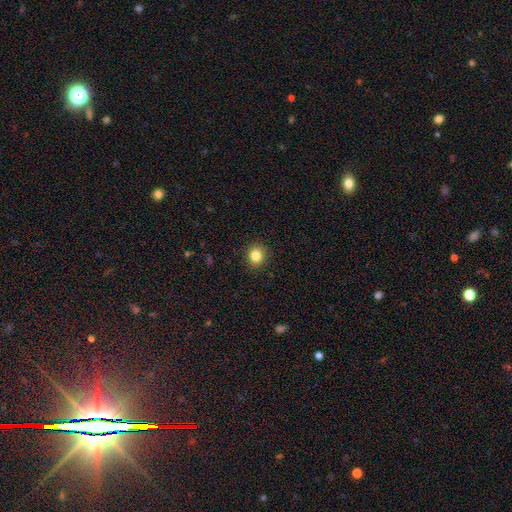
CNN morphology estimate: A smooth galaxy with no disk features (84%) that is round (84%).

Vote fractions:
- Smooth or featured? smooth: 84% / star or artifact: 11% / featured or disk: 5%
- How rounded? round: 84% / in between: 15% / cigar-shaped: 1%
- Merging? none: 91% / minor disturbance: 6% / major disturbance: 2% / merger: 1%